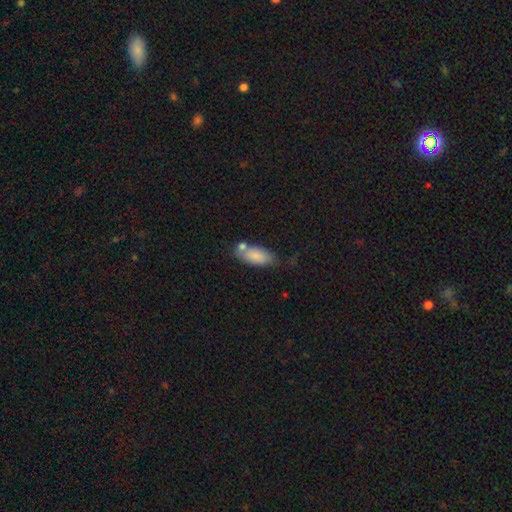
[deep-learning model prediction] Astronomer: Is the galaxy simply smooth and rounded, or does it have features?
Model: smooth — 81%.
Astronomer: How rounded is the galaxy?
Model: in between — 88%.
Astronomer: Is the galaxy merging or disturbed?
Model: none — 53%.